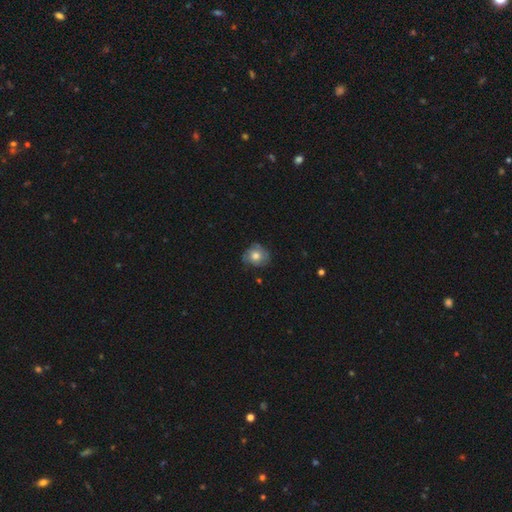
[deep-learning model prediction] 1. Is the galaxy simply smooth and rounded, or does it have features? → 61% smooth, 30% featured or disk, 9% star or artifact.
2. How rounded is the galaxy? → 78% round, 21% in between, 1% cigar-shaped.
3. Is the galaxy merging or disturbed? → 69% none, 23% minor disturbance, 7% major disturbance, 1% merger.